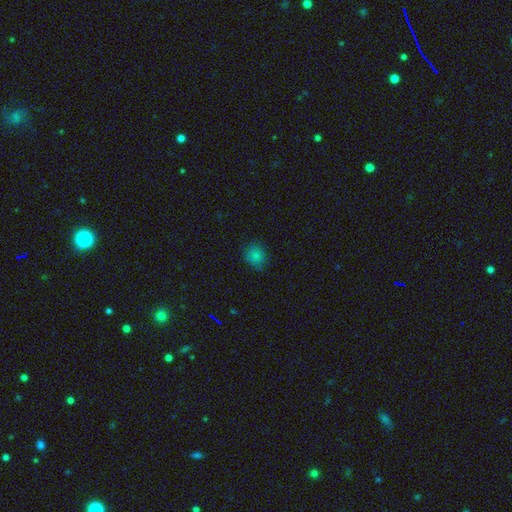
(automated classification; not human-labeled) A smooth galaxy with no disk features (81%) that is round (68%).

Vote fractions:
- Smooth or featured? smooth: 81% / star or artifact: 14% / featured or disk: 5%
- How rounded? round: 68% / in between: 31% / cigar-shaped: 1%
- Merging? none: 82% / minor disturbance: 13% / major disturbance: 3% / merger: 1%